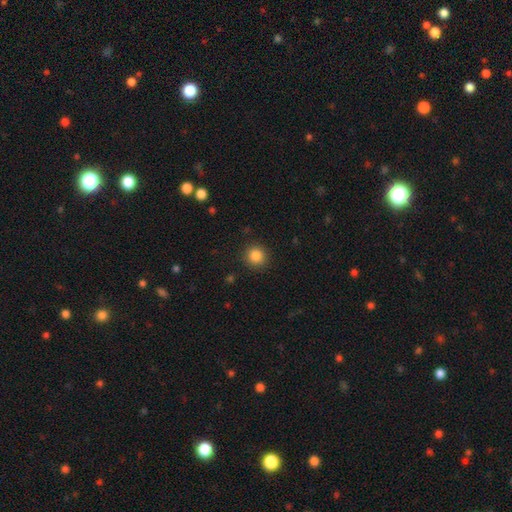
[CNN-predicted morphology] A smooth galaxy with no disk features (85%) that is round (91%). Merging: none (90%).